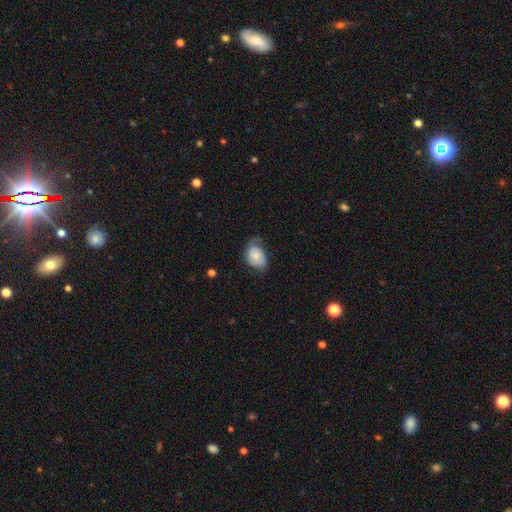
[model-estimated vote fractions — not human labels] A smooth galaxy with no disk features (72%) that is in between round and cigar-shaped (72%).

Vote fractions:
- Smooth or featured? smooth: 72% / featured or disk: 21% / star or artifact: 8%
- How rounded? in between: 72% / round: 27% / cigar-shaped: 1%
- Merging? none: 44% / minor disturbance: 41% / major disturbance: 14% / merger: 2%